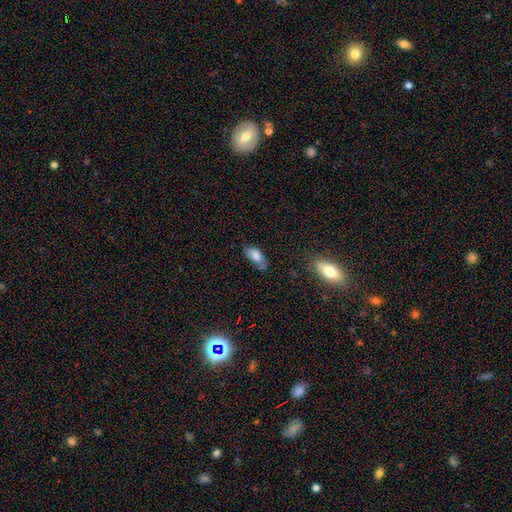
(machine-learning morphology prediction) Smooth or featured?
  - smooth: 73% *
  - featured or disk: 18%
  - star or artifact: 9%
How rounded?
  - in between: 86% *
  - cigar-shaped: 10%
  - round: 3%
Merging?
  - none: 53% *
  - minor disturbance: 32%
  - major disturbance: 12%
  - merger: 3%